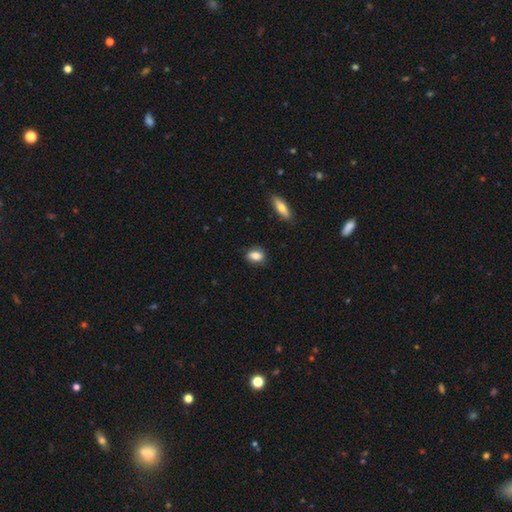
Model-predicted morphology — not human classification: Smooth or featured? smooth (81%)
How rounded? in between (77%)
Merging? none (79%)